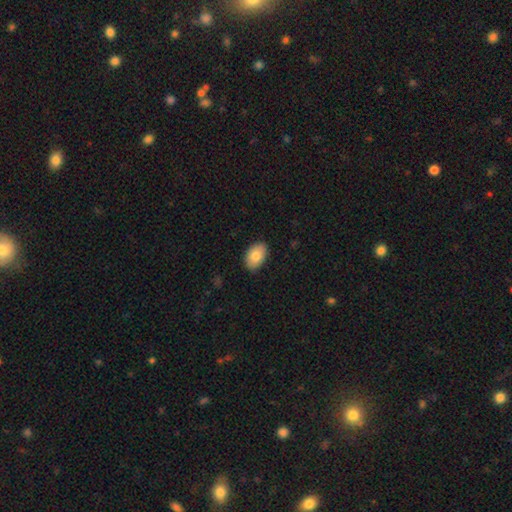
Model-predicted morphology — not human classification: This appears to be a smooth galaxy with no disk features (83%) that is in between round and cigar-shaped (90%). Merging: none (87%).